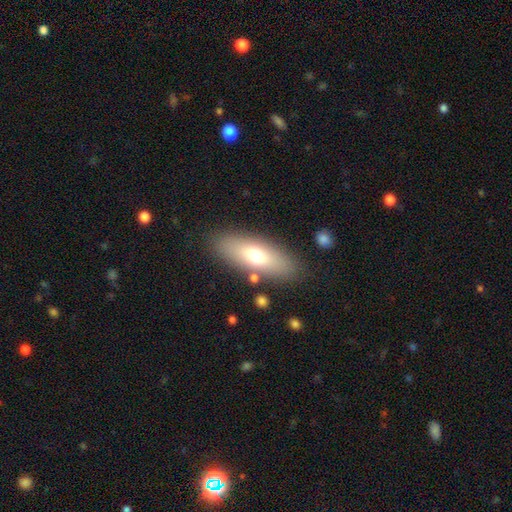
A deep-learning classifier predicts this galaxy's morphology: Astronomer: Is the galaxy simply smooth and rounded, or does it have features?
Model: smooth — 67%.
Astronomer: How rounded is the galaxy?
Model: in between — 71%.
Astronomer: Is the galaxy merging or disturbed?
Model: none — 84%.